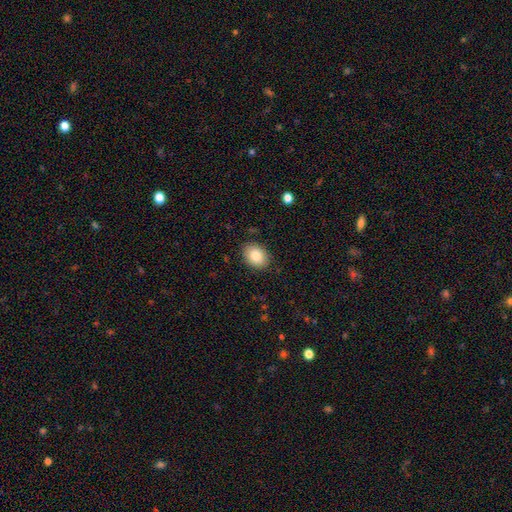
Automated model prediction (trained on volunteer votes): A smooth galaxy with no disk features (85%) that is in between round and cigar-shaped (66%). Merging: none (88%).